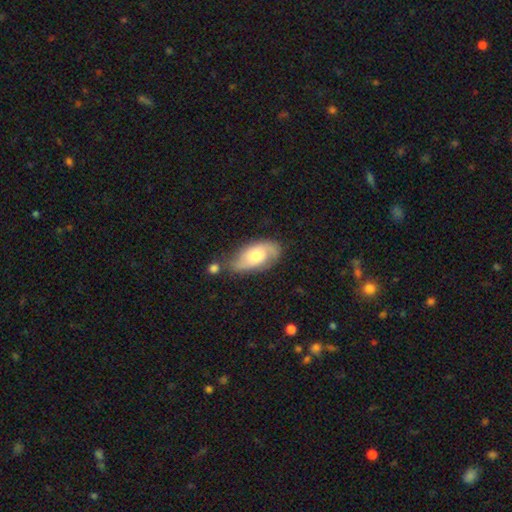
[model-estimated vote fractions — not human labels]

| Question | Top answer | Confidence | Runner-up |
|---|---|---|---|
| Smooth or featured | featured or disk | 48% | smooth (46%) |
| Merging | none | 55% | minor disturbance (28%) |